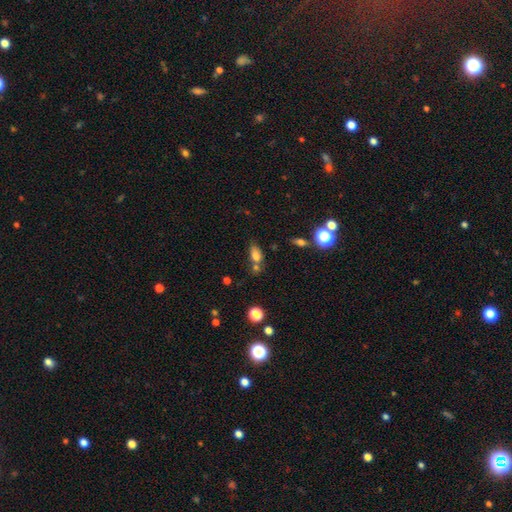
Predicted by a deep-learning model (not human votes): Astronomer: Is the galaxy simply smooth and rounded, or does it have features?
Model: smooth — 75%.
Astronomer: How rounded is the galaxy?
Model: in between — 80%.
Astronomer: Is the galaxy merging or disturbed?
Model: none — 49% (runner-up: merger, 28%).